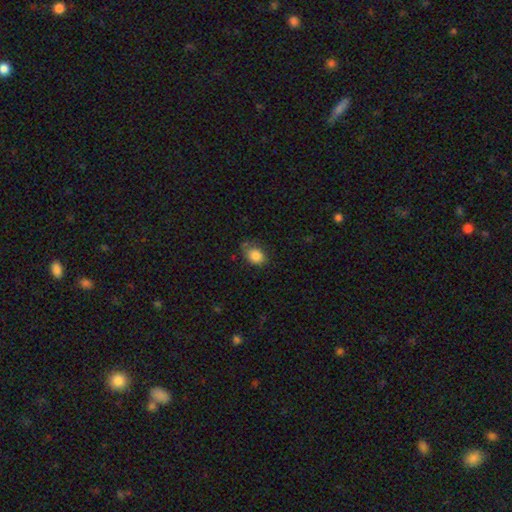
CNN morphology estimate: Overall: smooth (84%). How rounded: in between (60%; round 39%). Merging: none (62%; minor disturbance 28%).